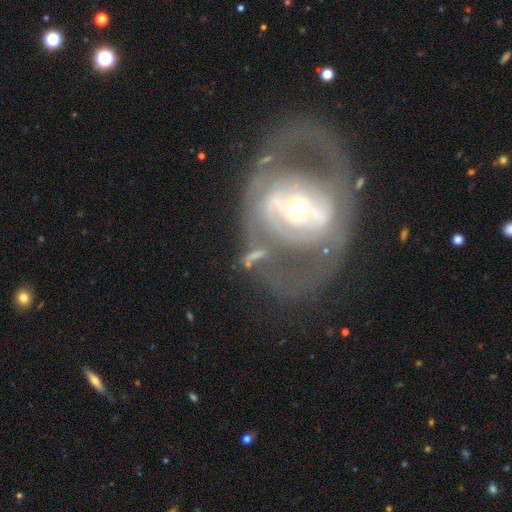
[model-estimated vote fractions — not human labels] featured or disk 71%, smooth 19%, star or artifact 10%. Down the decision tree: edge-on disk — no (93%); bar — no (45%); spiral arms — yes (68%); bulge size — moderate (57%); merging — none (30%).